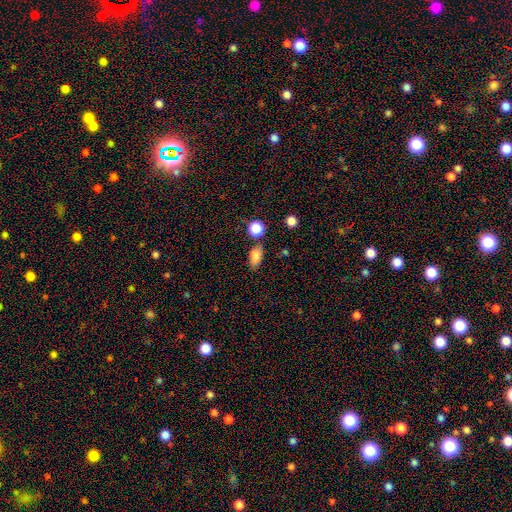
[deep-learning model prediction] Q: Smooth or featured?
A: smooth (82%); runner-up: star or artifact (11%)
Q: How rounded?
A: in between (83%); runner-up: round (11%)
Q: Merging?
A: none (72%); runner-up: minor disturbance (16%)